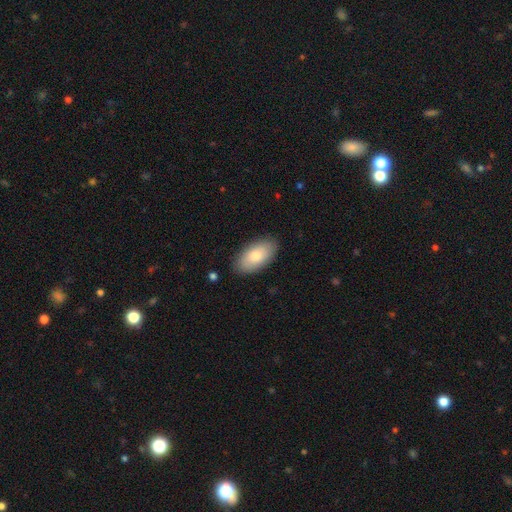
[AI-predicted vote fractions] Smooth or featured? smooth (80%)
How rounded? in between (95%)
Merging? none (86%)